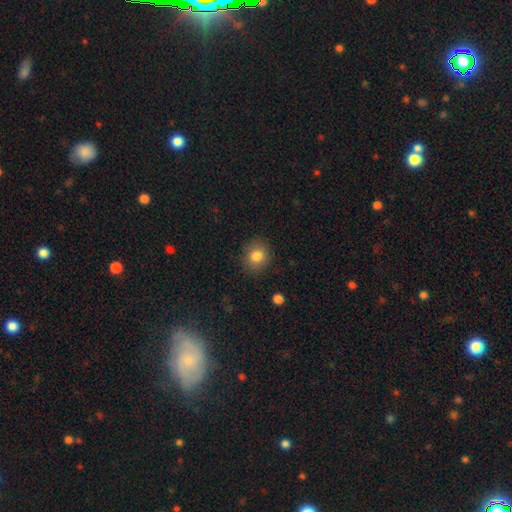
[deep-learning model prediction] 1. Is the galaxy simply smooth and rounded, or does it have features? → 83% smooth, 10% star or artifact, 7% featured or disk.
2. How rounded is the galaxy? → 77% round, 22% in between, 1% cigar-shaped.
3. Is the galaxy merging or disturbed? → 87% none, 9% minor disturbance, 3% major disturbance, 1% merger.